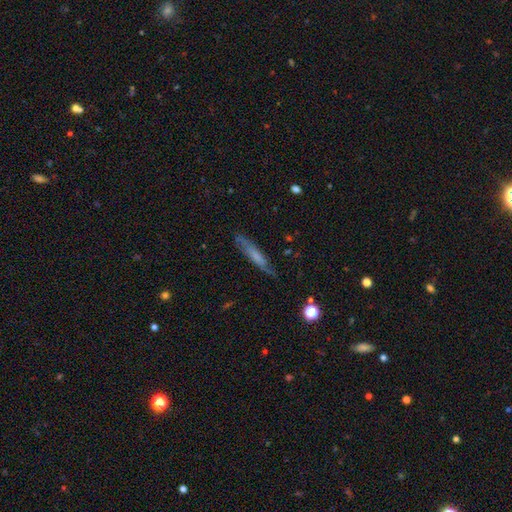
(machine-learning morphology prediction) Smooth or featured? featured or disk (46%, tied with smooth)
Merging? none (75%)